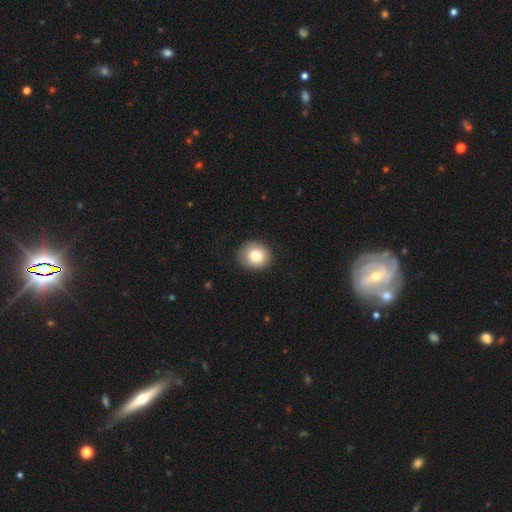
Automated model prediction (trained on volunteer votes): smooth_or_featured: smooth (p=0.82) [alt: featured or disk p=0.09]
how_rounded: round (p=0.78) [alt: in between p=0.21]
merging: none (p=0.86) [alt: minor disturbance p=0.11]